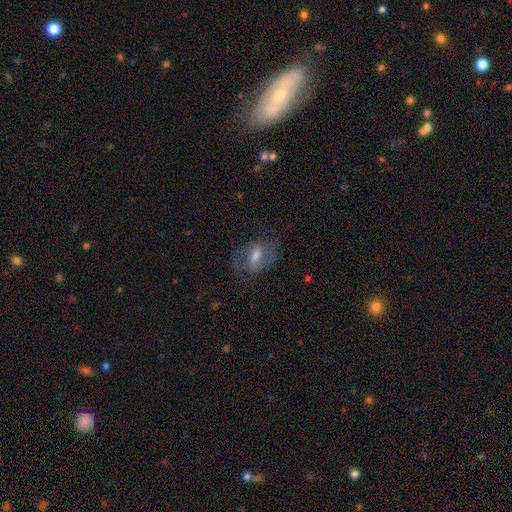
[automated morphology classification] This is possibly a featured or disk galaxy (55%). It is clearly not viewed edge-on (93%). Bar: possibly weak (46%). Spiral arm pattern: likely yes (65%). Central bulge: likely moderate (60%). Merging: likely none (69%).